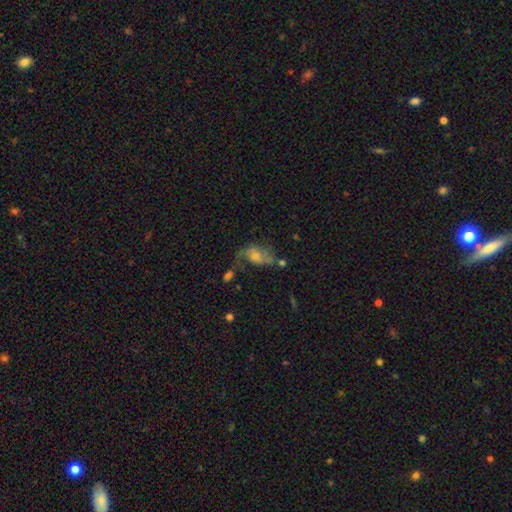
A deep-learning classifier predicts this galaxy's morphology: A featured or disk galaxy (59%) with no bar (68%), spiral arms (79%) and a moderate central bulge (45%). Merging: none (37%).